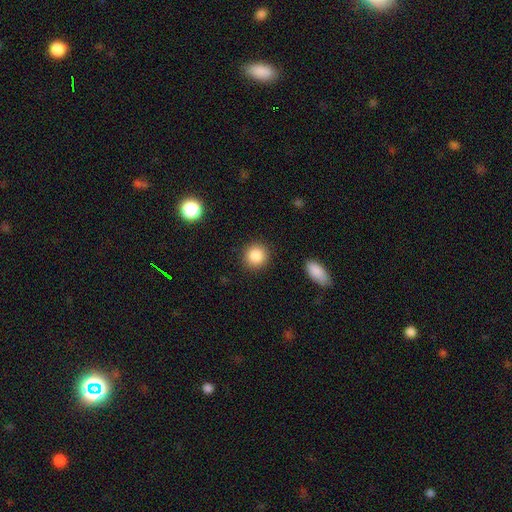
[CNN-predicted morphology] smooth_or_featured: smooth (p=0.87) [alt: star or artifact p=0.09]
how_rounded: round (p=0.91) [alt: in between p=0.08]
merging: none (p=0.90) [alt: minor disturbance p=0.06]